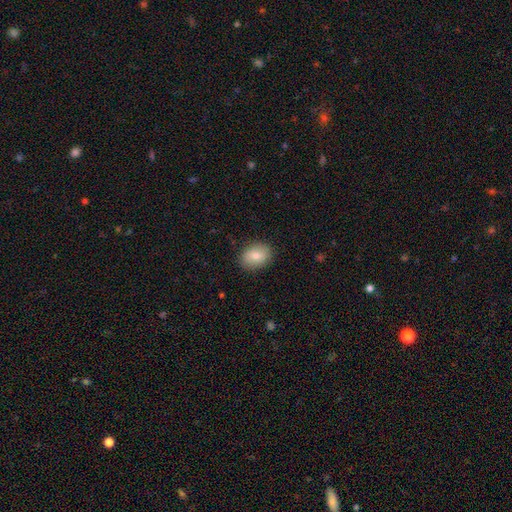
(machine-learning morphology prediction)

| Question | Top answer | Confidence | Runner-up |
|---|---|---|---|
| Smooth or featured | smooth | 81% | featured or disk (11%) |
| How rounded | in between | 67% | round (32%) |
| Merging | none | 87% | minor disturbance (9%) |